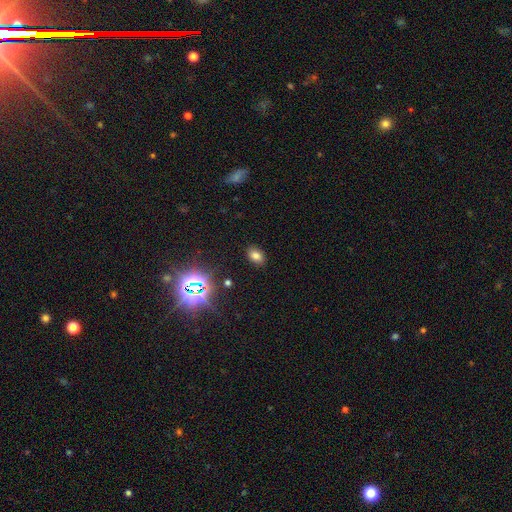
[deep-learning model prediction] Overall: smooth (71%). How rounded: in between (82%). Merging: none (87%).